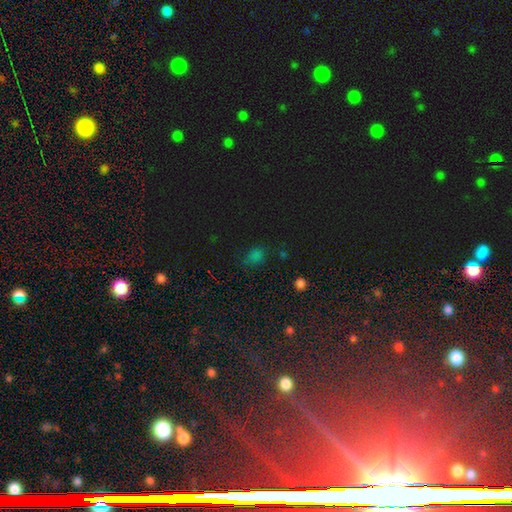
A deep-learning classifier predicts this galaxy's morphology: This appears to be a smooth galaxy with no disk features (58%) that is in between round and cigar-shaped (52%). Merging: none (70%).